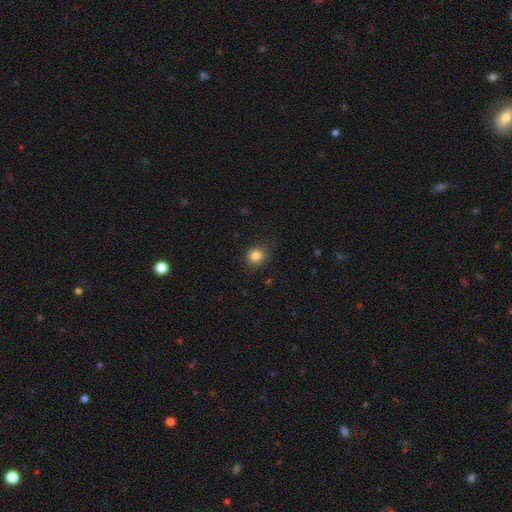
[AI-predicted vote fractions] A smooth galaxy with no disk features (84%) that is round (75%). Merging: none (84%).